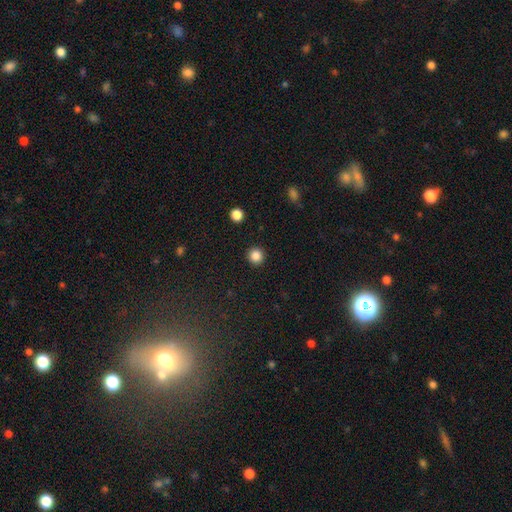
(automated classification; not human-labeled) Smooth or featured? smooth (85%)
How rounded? round (95%)
Merging? none (93%)